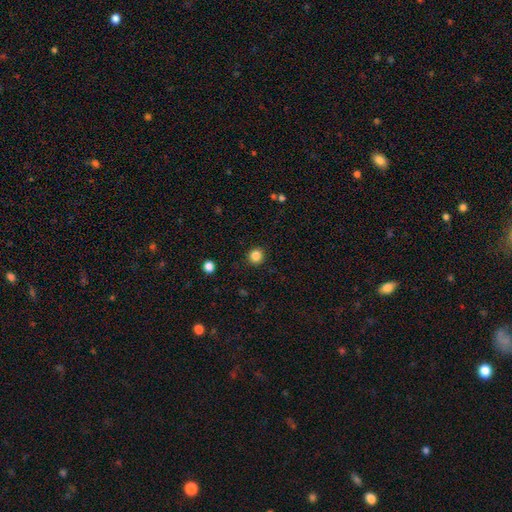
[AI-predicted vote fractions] Overall: smooth (85%). How rounded: round (91%). Merging: none (91%).